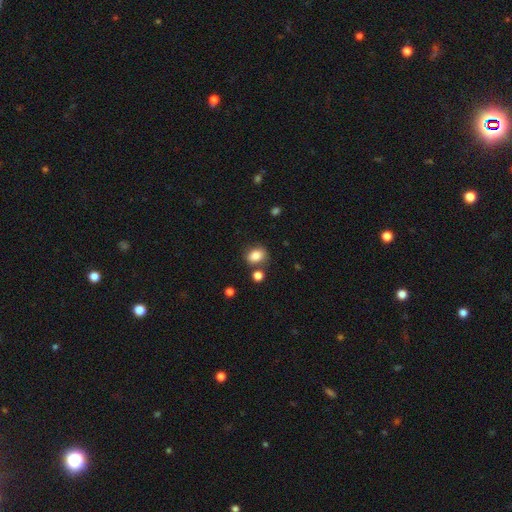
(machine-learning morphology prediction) Smooth or featured?
  - smooth: 84% *
  - star or artifact: 10%
  - featured or disk: 6%
How rounded?
  - in between: 58% *
  - round: 40%
  - cigar-shaped: 1%
Merging?
  - none: 73% *
  - minor disturbance: 13%
  - merger: 10%
  - major disturbance: 4%